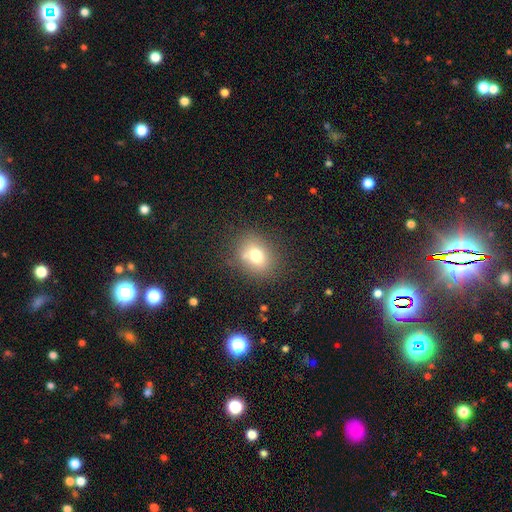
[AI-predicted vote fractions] A smooth galaxy with no disk features (74%) that is round (50%). Merging: none (73%).